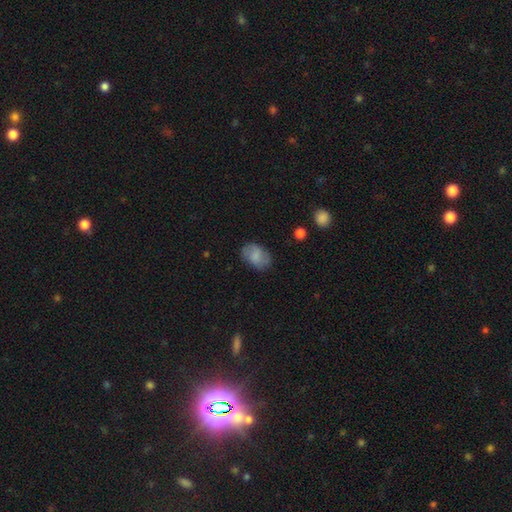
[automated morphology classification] The model was most divided on "smooth or featured": smooth: 74%, featured or disk: 19%, star or artifact: 8%. More confident: how rounded — in between (86%); merging — none (75%).